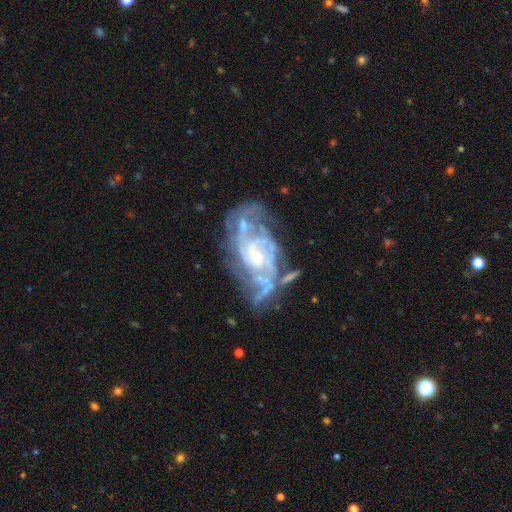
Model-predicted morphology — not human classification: The model was most divided on "spiral winding": tight: 43%, medium: 42%, loose: 15%. Remaining: edge-on disk — no (97%); spiral arms — yes (92%); smooth or featured — featured or disk (87%); bulge size — small (68%); bar — no (60%); merging — none (48%); spiral arm count — can't tell (32%).